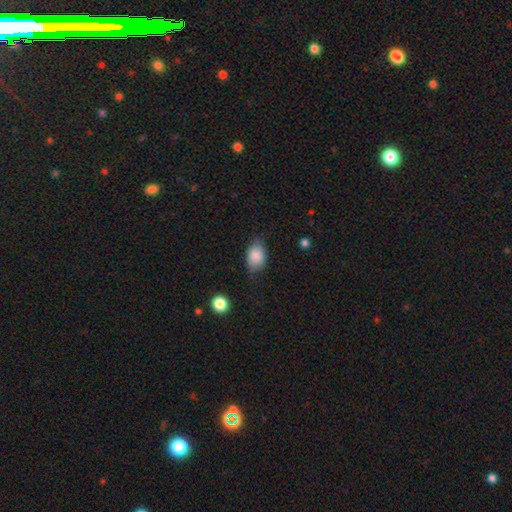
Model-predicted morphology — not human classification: Q: Smooth or featured?
A: smooth (86%); runner-up: star or artifact (7%)
Q: How rounded?
A: in between (83%); runner-up: round (15%)
Q: Merging?
A: none (68%); runner-up: minor disturbance (24%)